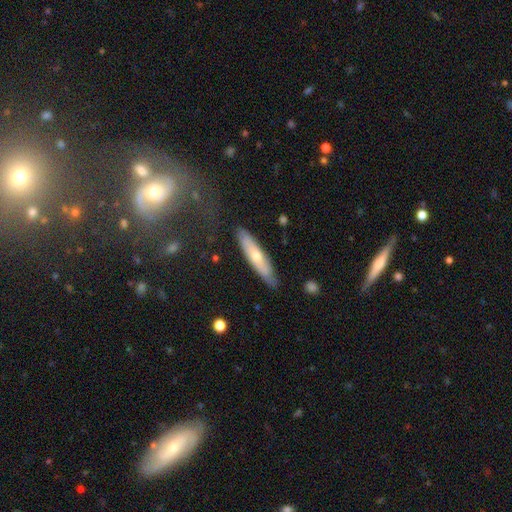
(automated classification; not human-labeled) Q: Smooth or featured?
A: smooth (50%); runner-up: featured or disk (44%)
Q: How rounded?
A: cigar-shaped (81%); runner-up: in between (18%)
Q: Merging?
A: none (84%); runner-up: minor disturbance (12%)